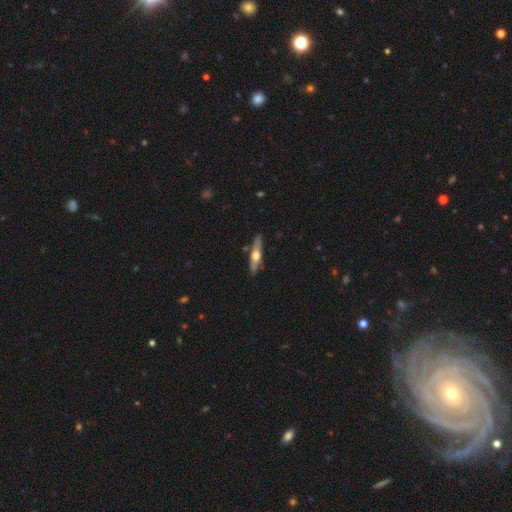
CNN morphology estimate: This is possibly a featured or disk galaxy (59%). It is clearly viewed edge-on (92%). Edge-on bulge: clearly rounded (93%). Merging: clearly none (85%).